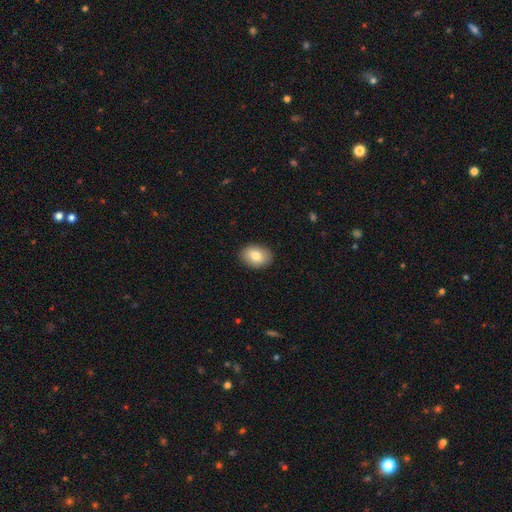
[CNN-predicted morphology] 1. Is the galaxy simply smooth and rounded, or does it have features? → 81% smooth, 11% featured or disk, 7% star or artifact.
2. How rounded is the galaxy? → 78% in between, 21% round, 1% cigar-shaped.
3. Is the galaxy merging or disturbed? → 89% none, 8% minor disturbance, 2% major disturbance, 1% merger.